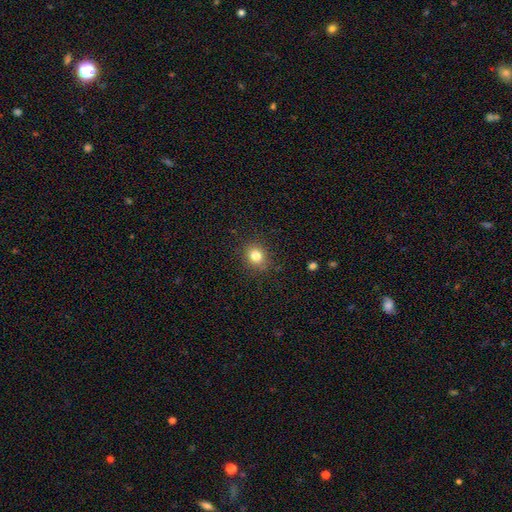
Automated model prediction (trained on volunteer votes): smooth-or-featured: smooth: 82% | star or artifact: 12% | featured or disk: 6%
  how-rounded: round: 70% | in between: 30% | cigar-shaped: 1%
  merging: none: 87% | minor disturbance: 9% | major disturbance: 3% | merger: 1%